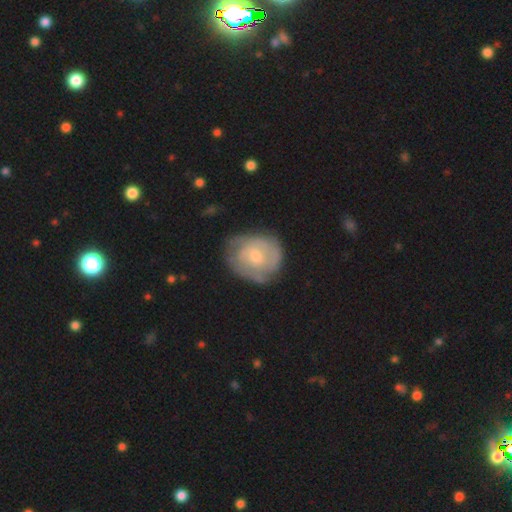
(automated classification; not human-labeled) smooth-or-featured: featured or disk: 63% | smooth: 31% | star or artifact: 6%
  disk-edge-on: no: 97% | yes: 3%
    bar: no: 68% | weak: 28% | strong: 4%
    has-spiral-arms: yes: 80% | no: 20%
    bulge-size: small: 55% | moderate: 40% | large: 2% | none: 2% | dominant: 1%
  merging: none: 67% | minor disturbance: 24% | major disturbance: 8% | merger: 2%